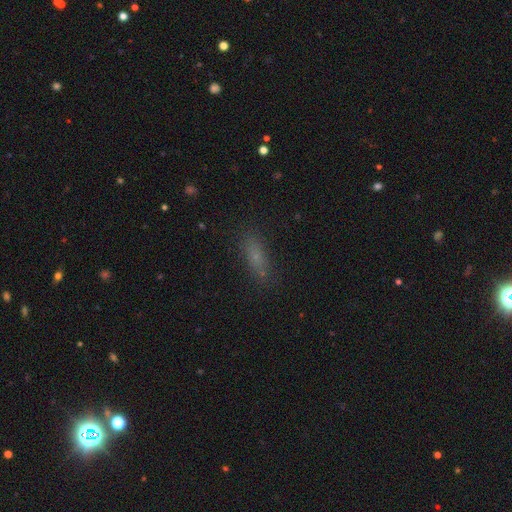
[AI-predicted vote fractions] Smooth or featured: smooth — 70% (star or artifact — 15%)
How rounded: in between — 48% (tied with cigar-shaped — 48%)
Merging: none — 82% (minor disturbance — 13%)